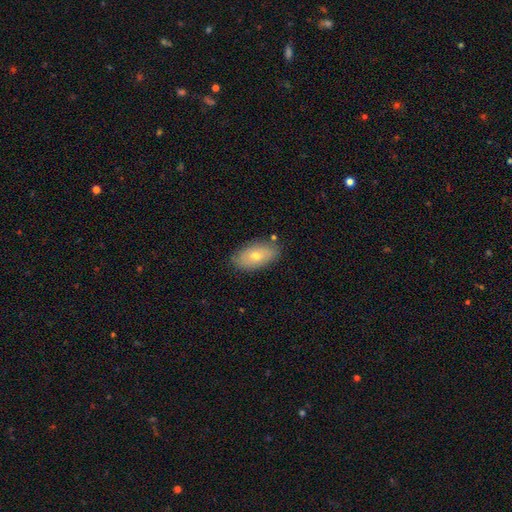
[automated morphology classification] Q: Smooth or featured?
A: smooth (65%); runner-up: featured or disk (27%)
Q: How rounded?
A: in between (92%); runner-up: round (5%)
Q: Merging?
A: none (82%); runner-up: minor disturbance (13%)